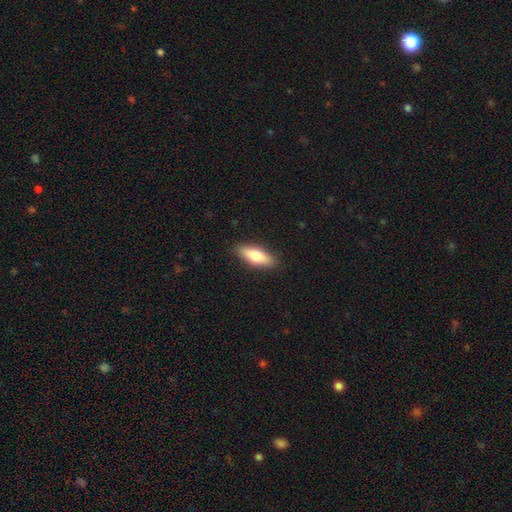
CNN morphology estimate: A smooth galaxy with no disk features (69%) that is in between round and cigar-shaped (62%). Merging: none (89%).